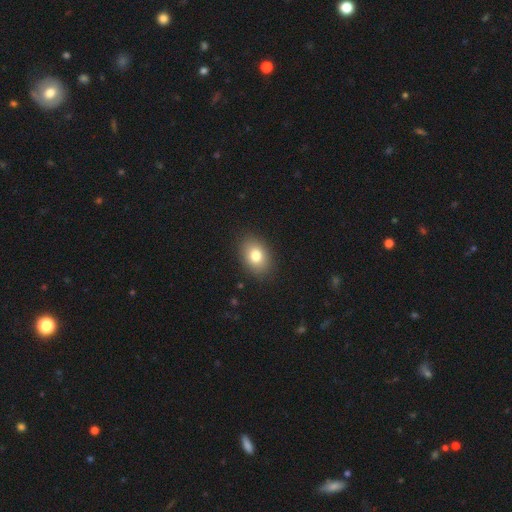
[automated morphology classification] smooth_or_featured: smooth (p=0.79) [alt: featured or disk p=0.11]
how_rounded: in between (p=0.74) [alt: round p=0.25]
merging: none (p=0.88) [alt: minor disturbance p=0.09]